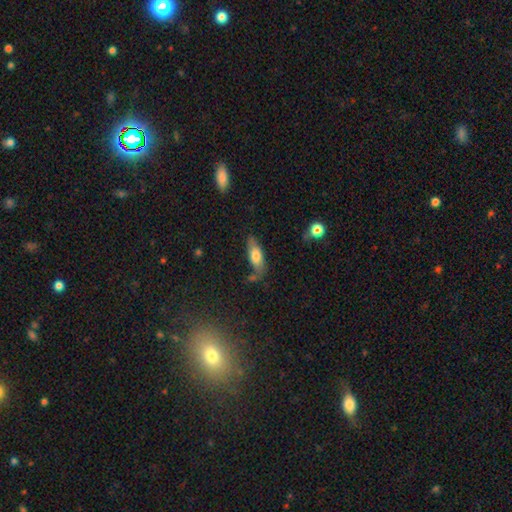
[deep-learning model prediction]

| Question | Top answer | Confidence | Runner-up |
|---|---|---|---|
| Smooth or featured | smooth | 68% | featured or disk (25%) |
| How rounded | in between | 65% | cigar-shaped (32%) |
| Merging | none | 67% | minor disturbance (21%) |